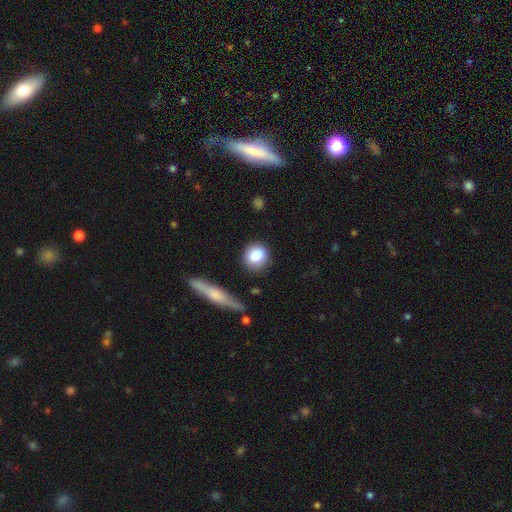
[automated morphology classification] Smooth or featured: smooth — 85% (featured or disk — 8%)
How rounded: round — 80% (in between — 18%)
Merging: none — 82% (minor disturbance — 12%)